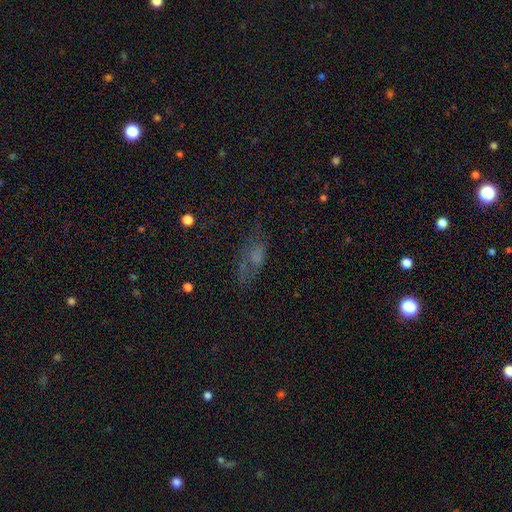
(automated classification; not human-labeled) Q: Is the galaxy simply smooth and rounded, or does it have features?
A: smooth — 46%.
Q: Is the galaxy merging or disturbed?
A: none — 50%.